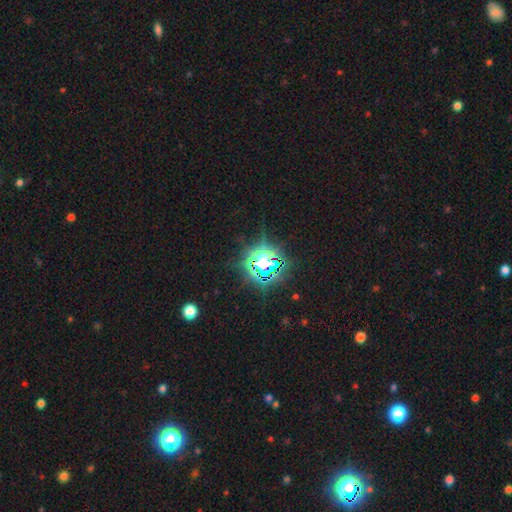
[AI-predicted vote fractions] The model was most divided on "smooth or featured": star or artifact: 77%, smooth: 14%, featured or disk: 10%.